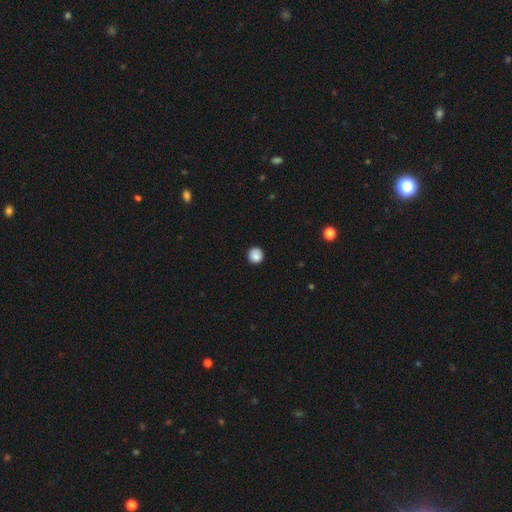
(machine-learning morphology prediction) smooth-or-featured: smooth: 86% | star or artifact: 9% | featured or disk: 6%
  how-rounded: round: 94% | in between: 5% | cigar-shaped: 1%
  merging: none: 89% | minor disturbance: 8% | major disturbance: 2% | merger: 1%